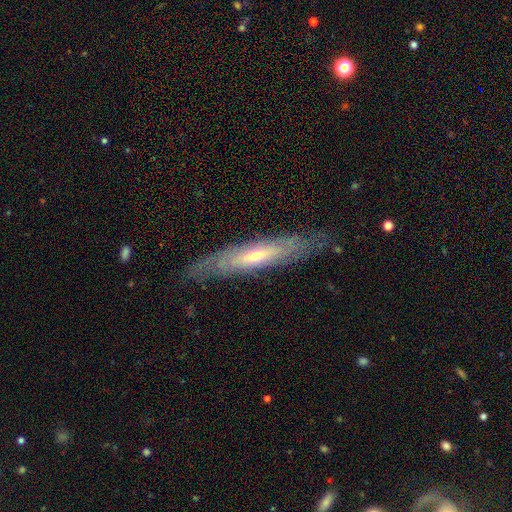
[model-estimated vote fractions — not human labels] Smooth or featured?
  - featured or disk: 67% *
  - smooth: 27%
  - star or artifact: 6%
Edge-on disk?
  - yes: 52% *
  - no: 48%
Merging?
  - none: 76% *
  - minor disturbance: 16%
  - major disturbance: 6%
  - merger: 1%